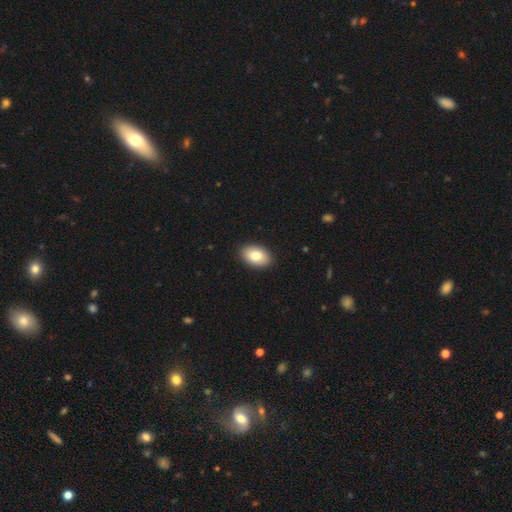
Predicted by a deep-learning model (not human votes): The model was most divided on "smooth or featured": smooth: 83%, featured or disk: 11%, star or artifact: 6%. More confident: how rounded — in between (90%); merging — none (89%).